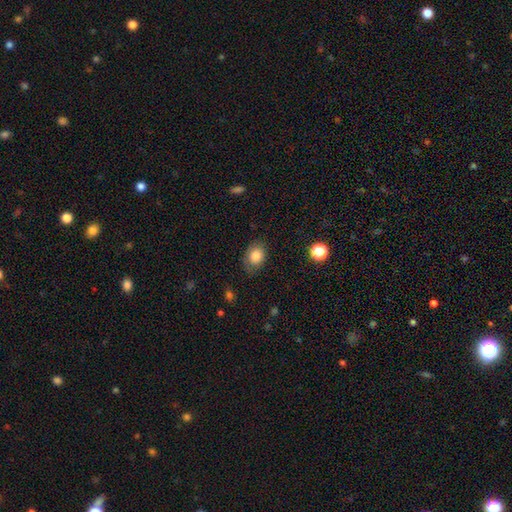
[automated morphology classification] smooth 81%, featured or disk 9%, star or artifact 9%. Down the decision tree: how rounded — in between (64%); merging — none (75%).